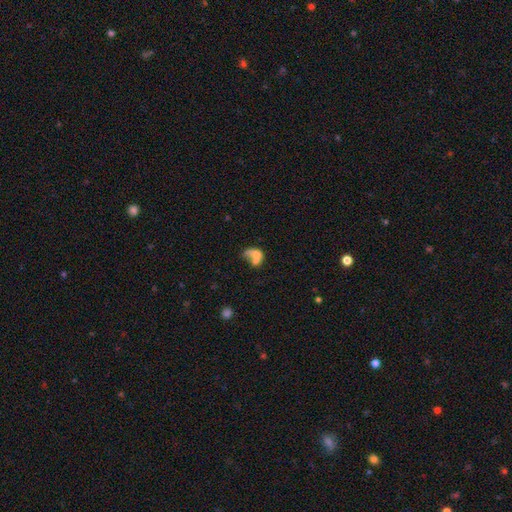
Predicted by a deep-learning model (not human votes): Q: Smooth or featured?
A: smooth (58%); runner-up: featured or disk (30%)
Q: How rounded?
A: in between (72%); runner-up: round (26%)
Q: Merging?
A: merger (57%); runner-up: major disturbance (17%)